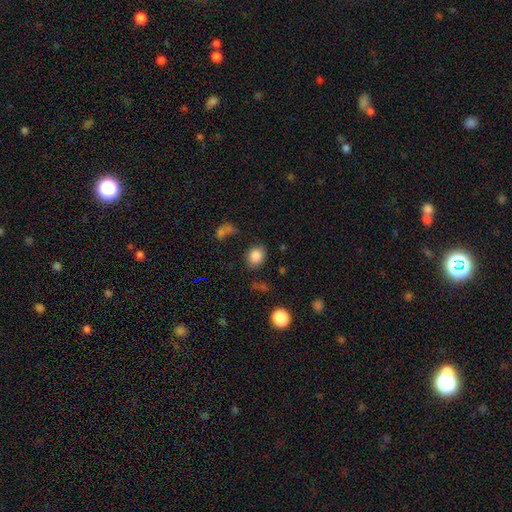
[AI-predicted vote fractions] The model was most divided on "how rounded": round: 57%, in between: 42%, cigar-shaped: 1%. More confident: smooth or featured — smooth (85%); merging — none (76%).